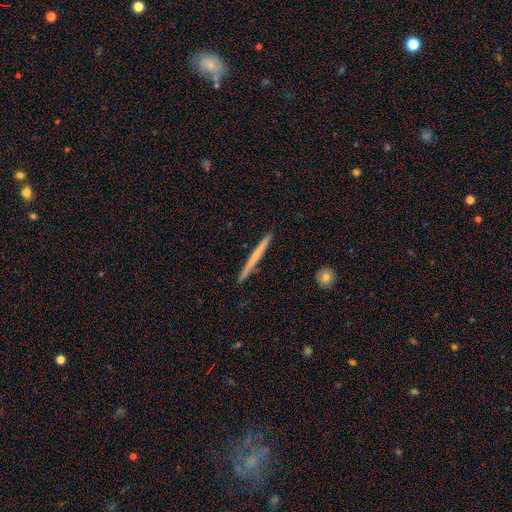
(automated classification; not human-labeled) Q: Smooth or featured?
A: smooth (48%); runner-up: featured or disk (47%)
Q: Merging?
A: none (92%); runner-up: minor disturbance (6%)